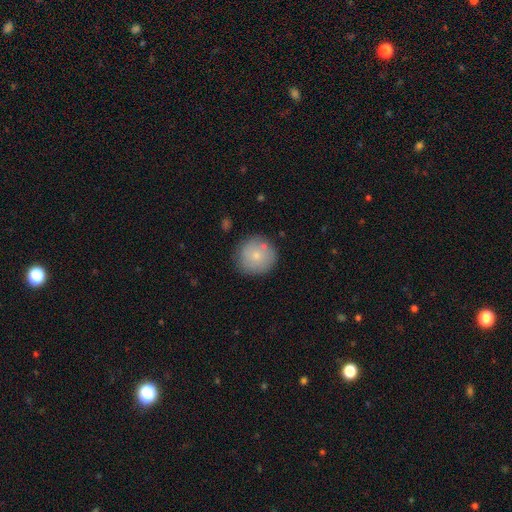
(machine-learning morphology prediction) type=smooth (75%); roundness=round (95%); merging=none (81%).